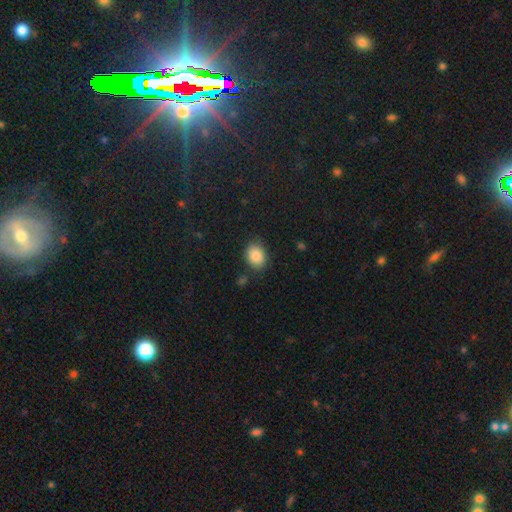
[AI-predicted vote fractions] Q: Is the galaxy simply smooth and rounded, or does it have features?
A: smooth — 87%.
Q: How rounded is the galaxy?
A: in between — 64%.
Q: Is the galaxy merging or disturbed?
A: none — 81%.